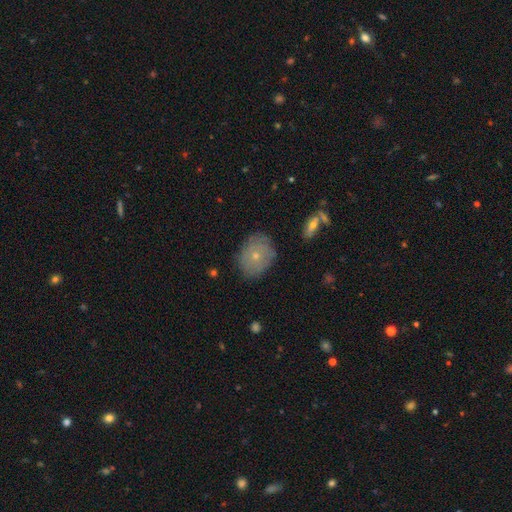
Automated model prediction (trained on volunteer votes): The model was most divided on "how rounded": in between: 55%, round: 44%, cigar-shaped: 1%. More confident: merging — none (79%); smooth or featured — smooth (61%).